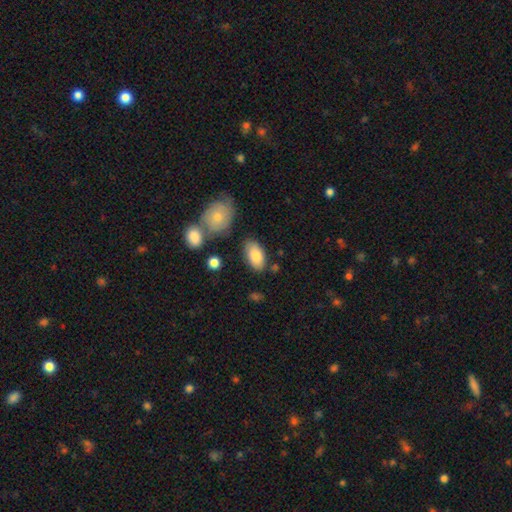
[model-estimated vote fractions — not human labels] Smooth or featured?
  - smooth: 82% *
  - featured or disk: 12%
  - star or artifact: 7%
How rounded?
  - in between: 93% *
  - round: 4%
  - cigar-shaped: 2%
Merging?
  - none: 75% *
  - minor disturbance: 15%
  - merger: 7%
  - major disturbance: 4%